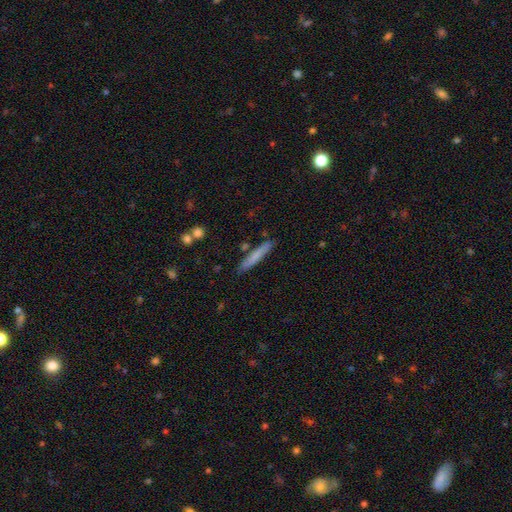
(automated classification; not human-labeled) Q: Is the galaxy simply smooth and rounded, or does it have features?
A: smooth — 71%.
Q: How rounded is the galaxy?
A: cigar-shaped — 94%.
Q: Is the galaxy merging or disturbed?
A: none — 86%.